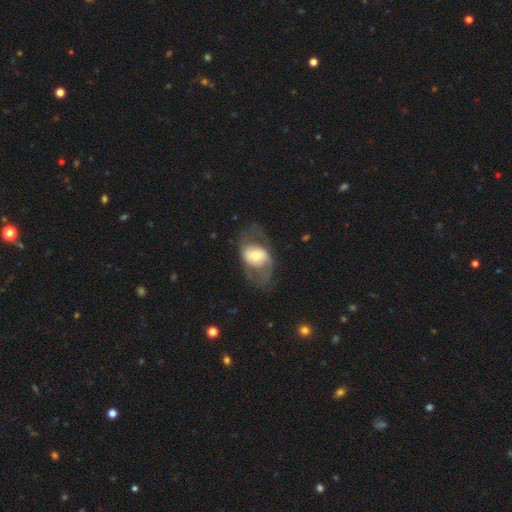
smooth-or-featured: featured or disk: 68% | smooth: 21% | star or artifact: 11%
  disk-edge-on: no: 96% | yes: 4%
    bar: no: 52% | weak: 36% | strong: 12%
    has-spiral-arms: yes: 72% | no: 28%
      spiral-winding: medium: 56% | loose: 28% | tight: 17%
      spiral-arm-count: 2: 67% | can't tell: 28% | 1: 6% | 3: 0% | 4: 0% | more than 4: 0%
    bulge-size: moderate: 36% | small: 32% | large: 28% | dominant: 4% | none: 0%
  merging: none: 65% | major disturbance: 18% | minor disturbance: 15% | merger: 3%